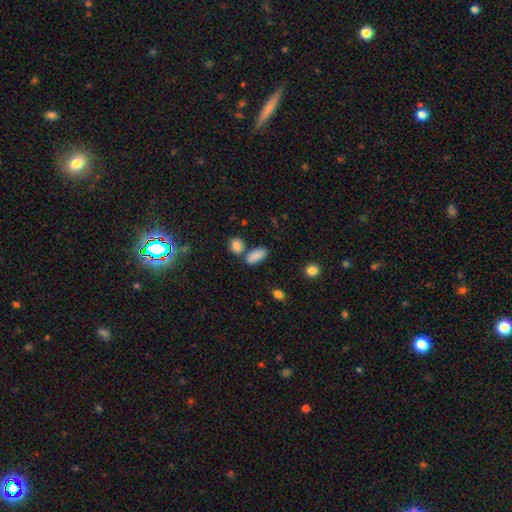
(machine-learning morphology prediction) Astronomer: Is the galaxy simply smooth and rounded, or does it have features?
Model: smooth — 87%.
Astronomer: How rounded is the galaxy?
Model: in between — 84%.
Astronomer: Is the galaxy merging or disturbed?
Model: none — 64%.